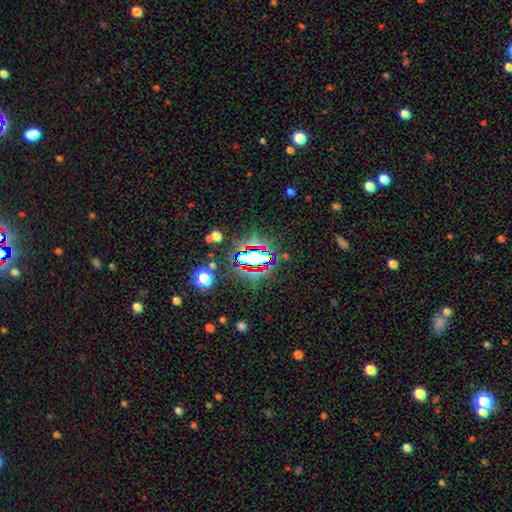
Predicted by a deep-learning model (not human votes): A star or artifact, not a galaxy (63%).